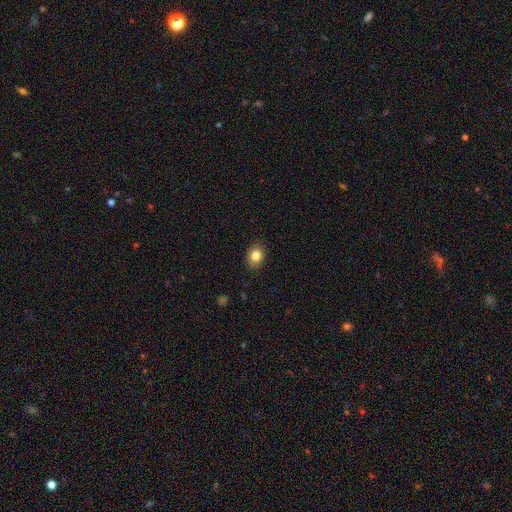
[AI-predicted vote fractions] A smooth galaxy with no disk features (83%) that is in between round and cigar-shaped (57%). Merging: none (87%).